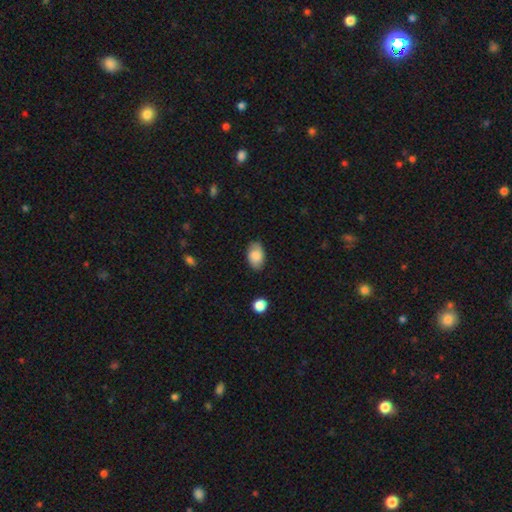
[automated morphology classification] A smooth galaxy with no disk features (85%) that is in between round and cigar-shaped (90%).

Vote fractions:
- Smooth or featured? smooth: 85% / featured or disk: 9% / star or artifact: 7%
- How rounded? in between: 90% / round: 9% / cigar-shaped: 1%
- Merging? none: 82% / minor disturbance: 14% / major disturbance: 3% / merger: 1%